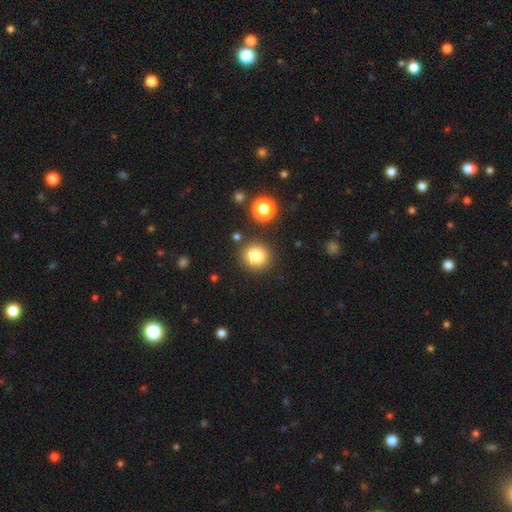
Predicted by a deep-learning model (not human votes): smooth-or-featured: smooth: 83% | star or artifact: 11% | featured or disk: 6%
  how-rounded: round: 89% | in between: 10% | cigar-shaped: 1%
  merging: none: 85% | minor disturbance: 8% | merger: 4% | major disturbance: 3%